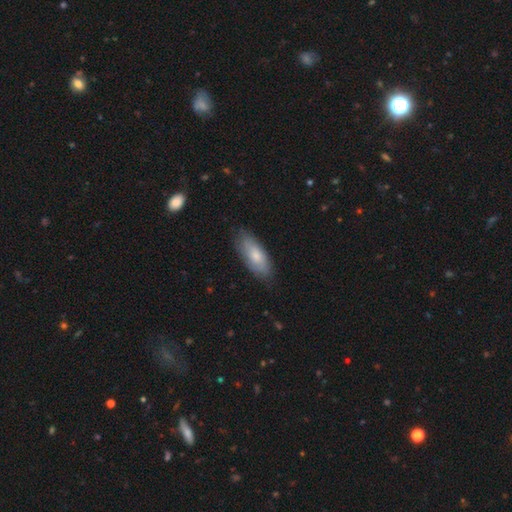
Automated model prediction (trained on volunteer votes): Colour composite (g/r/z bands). It shows a smooth galaxy with no disk features (68%) that is in between round and cigar-shaped (80%). Merging: none (77%).